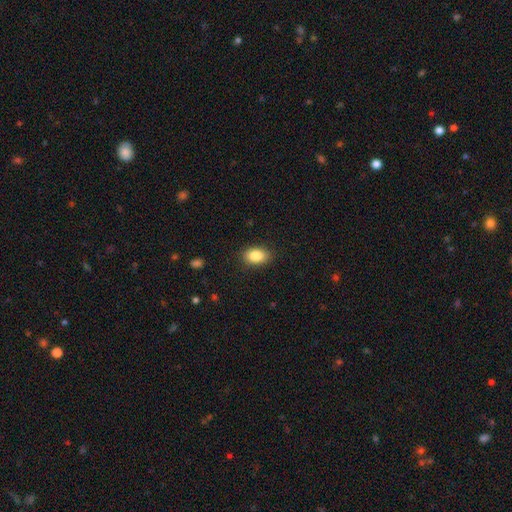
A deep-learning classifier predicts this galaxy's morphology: Overall: smooth (86%). How rounded: in between (86%). Merging: none (87%).